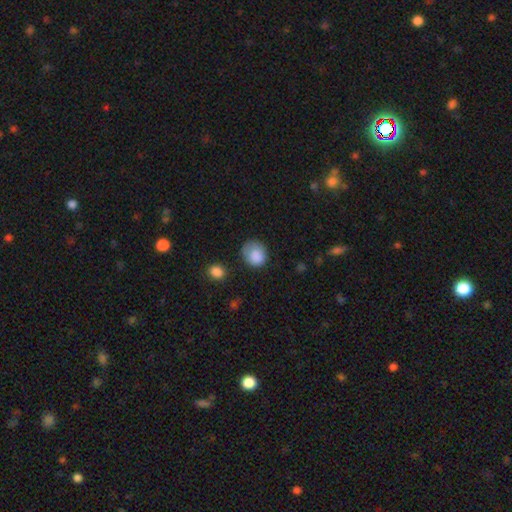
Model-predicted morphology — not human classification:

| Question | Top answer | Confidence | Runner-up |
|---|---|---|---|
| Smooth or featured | smooth | 84% | featured or disk (8%) |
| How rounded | round | 73% | in between (26%) |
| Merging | none | 61% | minor disturbance (25%) |